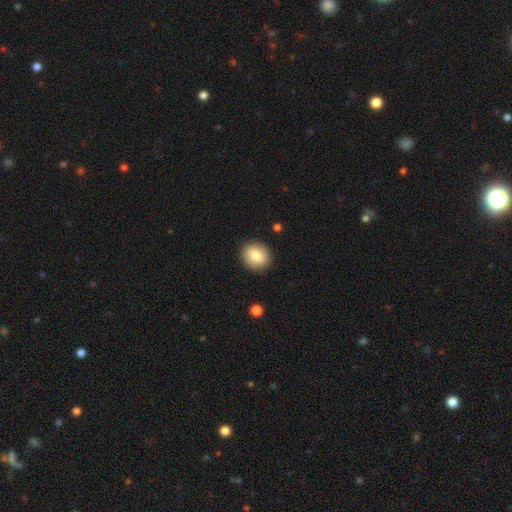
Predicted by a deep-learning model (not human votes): This is clearly a smooth galaxy (82%). How rounded: likely round (63%). Merging: clearly none (89%).